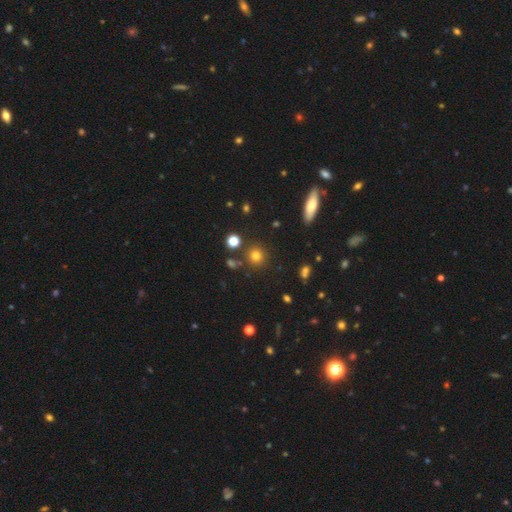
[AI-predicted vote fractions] Q: Smooth or featured?
A: smooth (76%); runner-up: star or artifact (17%)
Q: How rounded?
A: round (91%); runner-up: in between (7%)
Q: Merging?
A: none (84%); runner-up: minor disturbance (8%)